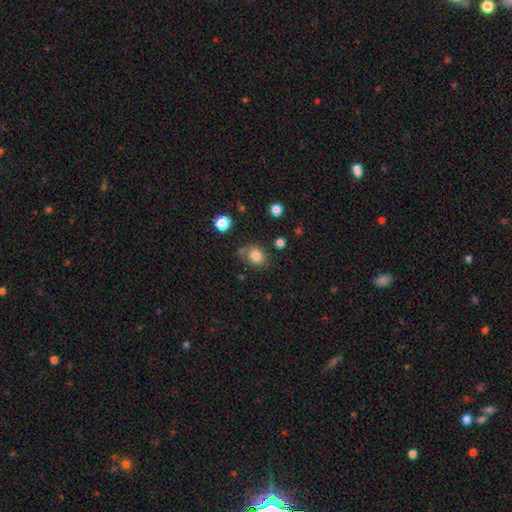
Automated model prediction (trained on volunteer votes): Morphology: type=smooth (81%); roundness=round (63%); merging=none (62%).